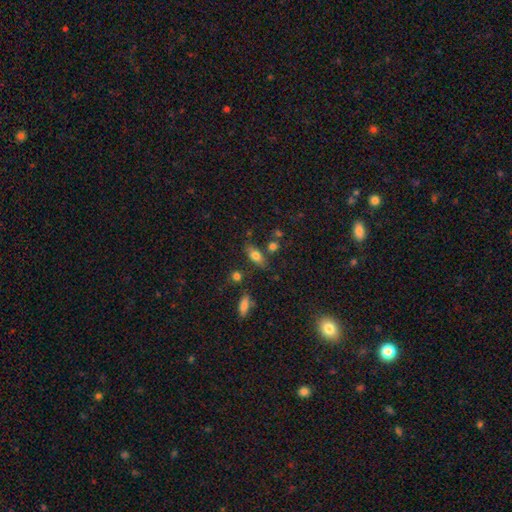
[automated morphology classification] Overall: smooth (73%). How rounded: in between (78%). Merging: none (71%).